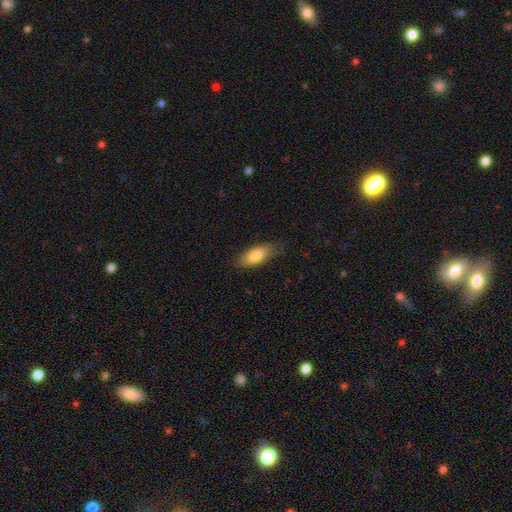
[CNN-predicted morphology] This is likely a smooth galaxy (77%). How rounded: likely in between (80%). Merging: likely none (75%).